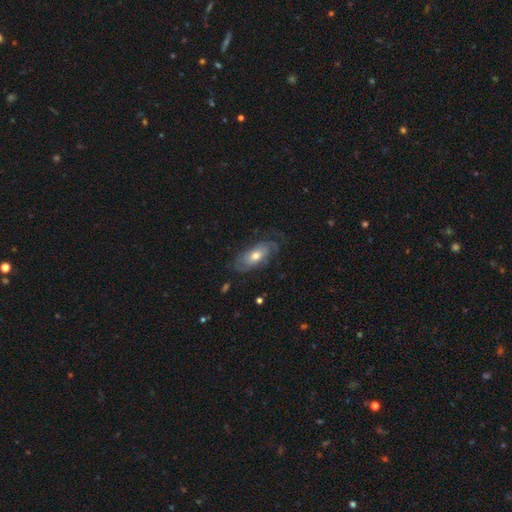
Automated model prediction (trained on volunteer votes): Smooth or featured? featured or disk (61%)
Edge-on disk? no (88%)
Bar? no (76%)
Spiral arms? yes (77%)
Bulge size? moderate (70%)
Merging? none (64%)